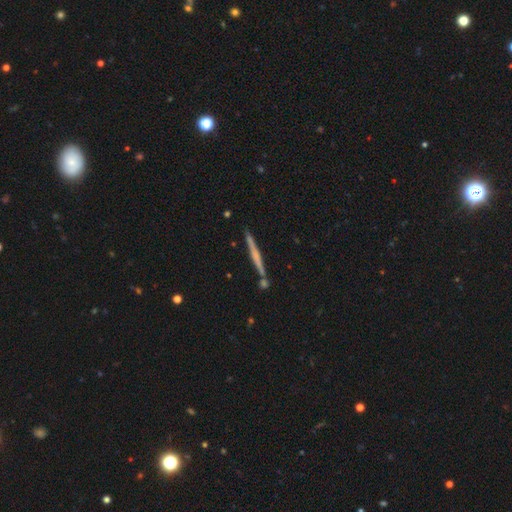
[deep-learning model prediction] Smooth or featured: featured or disk — 58% (smooth — 36%)
Edge-on disk: yes — 98% (no — 2%)
Edge-on bulge: none — 61% (rounded — 28%)
Merging: none — 85% (minor disturbance — 8%)